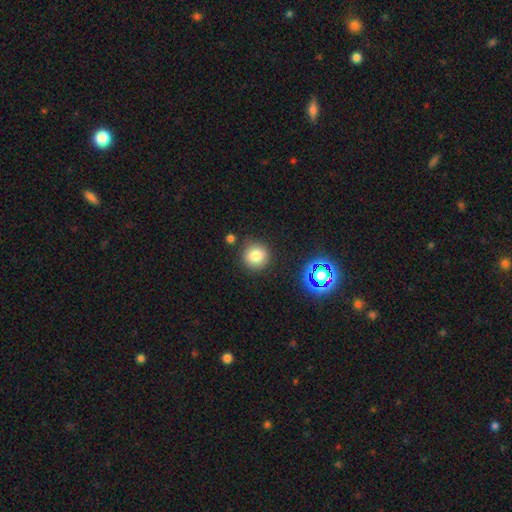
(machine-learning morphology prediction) smooth_or_featured: smooth (p=0.80) [alt: star or artifact p=0.14]
how_rounded: round (p=0.92) [alt: in between p=0.07]
merging: none (p=0.85) [alt: minor disturbance p=0.09]